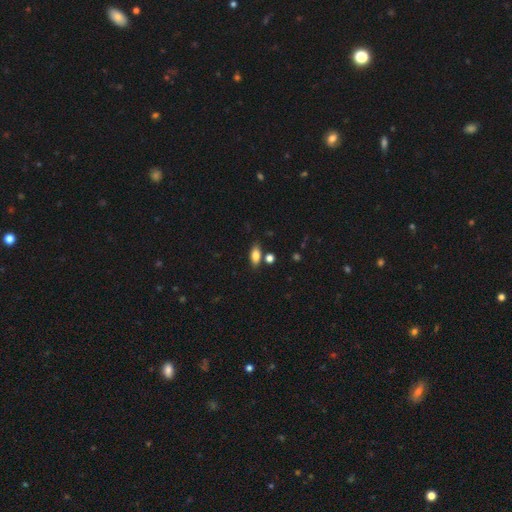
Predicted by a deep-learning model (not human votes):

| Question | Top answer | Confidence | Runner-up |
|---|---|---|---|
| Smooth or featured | smooth | 82% | featured or disk (9%) |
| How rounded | in between | 86% | cigar-shaped (9%) |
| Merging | none | 76% | minor disturbance (12%) |